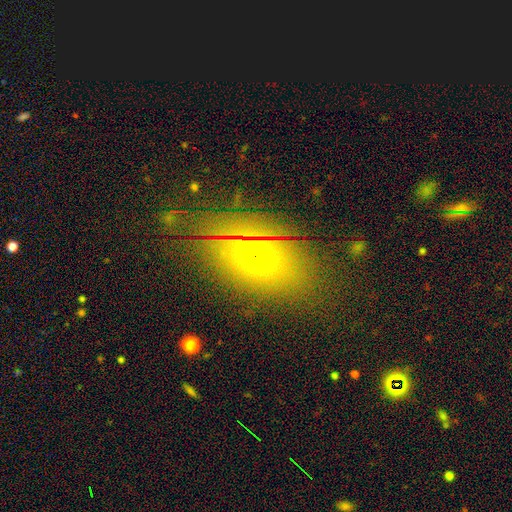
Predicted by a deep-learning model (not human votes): smooth-or-featured: smooth: 60% | featured or disk: 20% | star or artifact: 20%
  how-rounded: in between: 76% | round: 18% | cigar-shaped: 6%
  merging: none: 77% | minor disturbance: 14% | major disturbance: 6% | merger: 3%